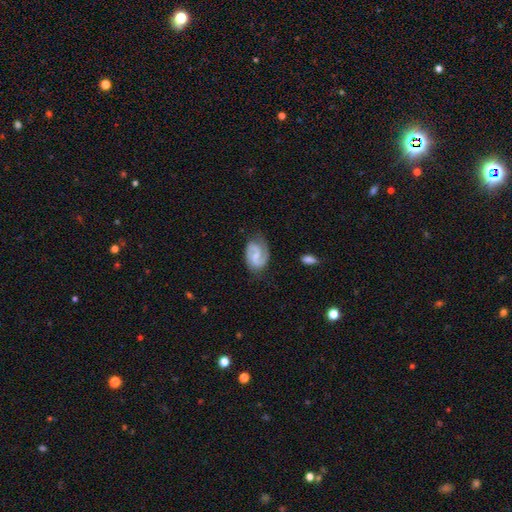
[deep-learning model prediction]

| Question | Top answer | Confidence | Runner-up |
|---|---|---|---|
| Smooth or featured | featured or disk | 84% | smooth (11%) |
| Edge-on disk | no | 98% | yes (2%) |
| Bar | weak | 51% | no (35%) |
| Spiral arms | yes | 96% | no (4%) |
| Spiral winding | medium | 53% | tight (26%) |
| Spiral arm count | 2 | 87% | 1 (6%) |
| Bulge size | small | 48% | moderate (30%) |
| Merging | none | 72% | minor disturbance (20%) |